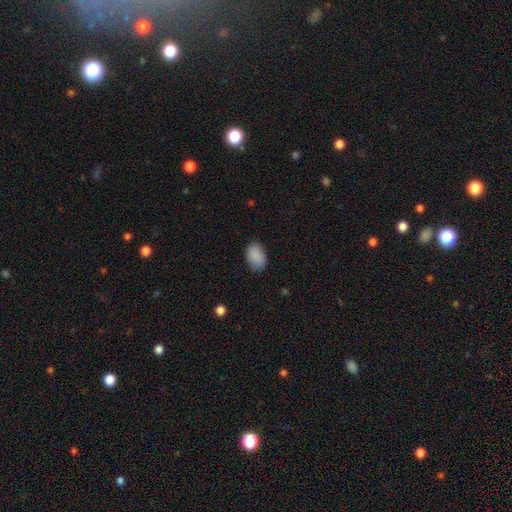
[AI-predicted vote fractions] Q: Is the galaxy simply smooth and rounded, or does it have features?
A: smooth — 89%.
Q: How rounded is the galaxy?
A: in between — 86%.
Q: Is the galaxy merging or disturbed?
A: none — 82%.